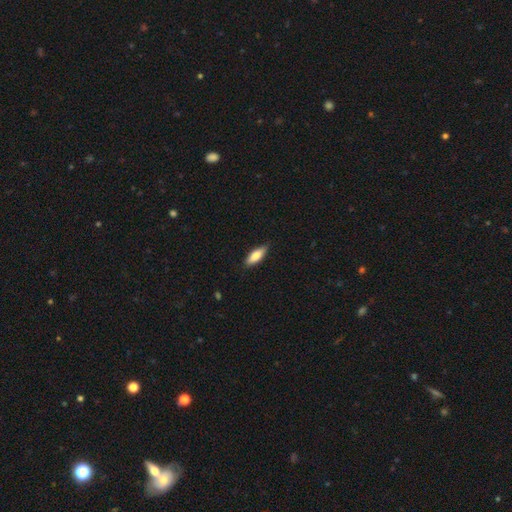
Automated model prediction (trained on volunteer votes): Smooth or featured? Predicted: smooth (p=0.76). How rounded? Predicted: in between (p=0.62). Merging? Predicted: none (p=0.84).